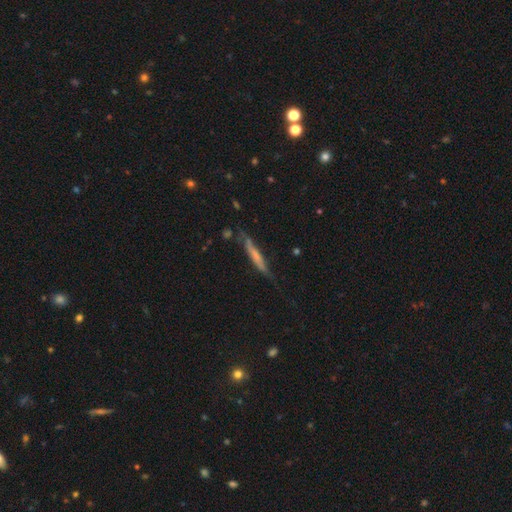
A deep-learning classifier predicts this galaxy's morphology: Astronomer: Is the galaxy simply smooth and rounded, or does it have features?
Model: smooth — 51% (runner-up: featured or disk, 43%).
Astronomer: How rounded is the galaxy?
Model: cigar-shaped — 93%.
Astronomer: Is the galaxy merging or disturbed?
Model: none — 69%.